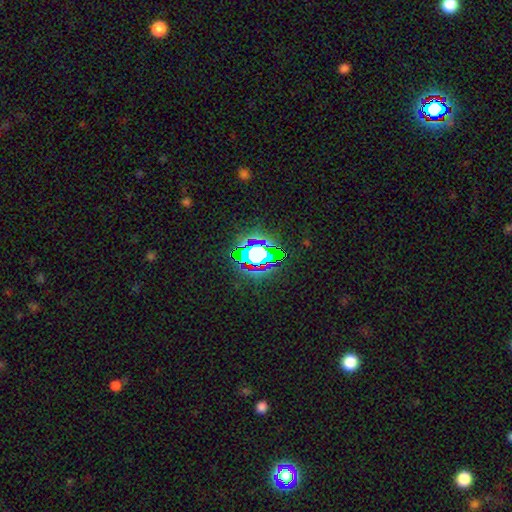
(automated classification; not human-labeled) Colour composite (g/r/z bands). It shows a star or artifact, not a galaxy (65%).